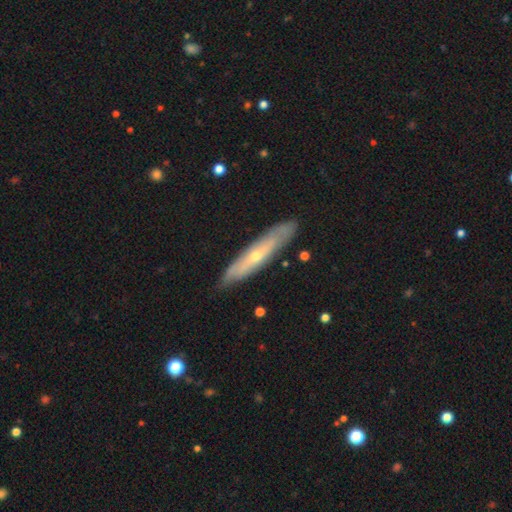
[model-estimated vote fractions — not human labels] A featured or disk galaxy (60%) viewed edge-on (63%).

Vote fractions:
- Smooth or featured? featured or disk: 60% / smooth: 34% / star or artifact: 6%
- Edge-on disk? yes: 63% / no: 37%
- Merging? none: 83% / minor disturbance: 14% / major disturbance: 2% / merger: 1%